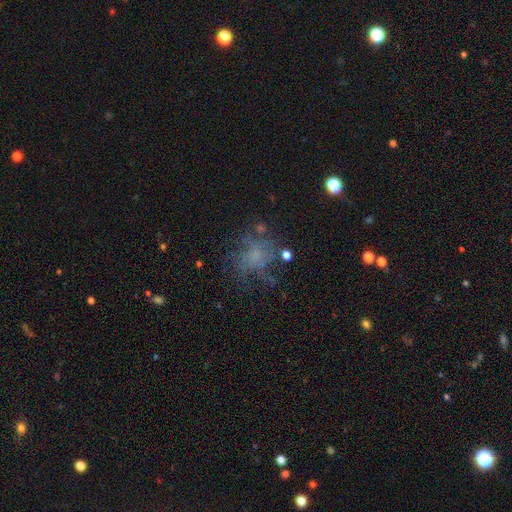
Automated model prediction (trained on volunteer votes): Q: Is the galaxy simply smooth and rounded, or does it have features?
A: featured or disk — 44%.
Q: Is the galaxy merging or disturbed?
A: none — 53%.